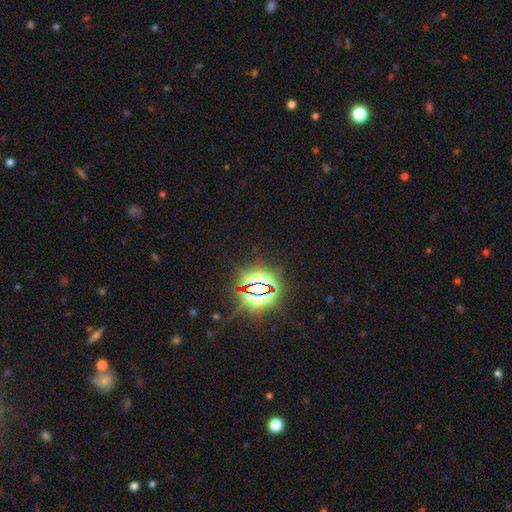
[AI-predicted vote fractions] Q: Smooth or featured?
A: star or artifact (83%); runner-up: smooth (10%)